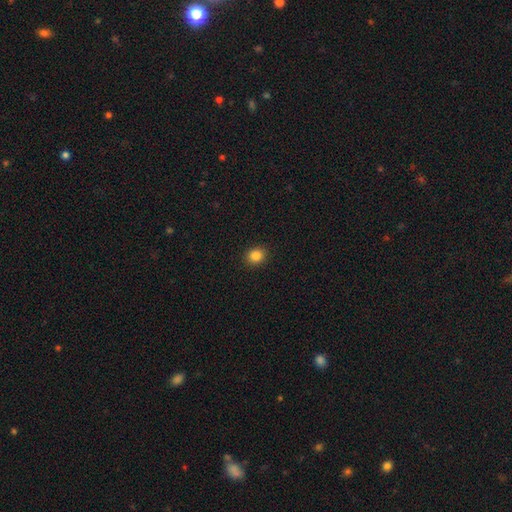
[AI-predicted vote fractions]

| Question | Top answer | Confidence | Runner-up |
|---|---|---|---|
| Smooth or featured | smooth | 85% | star or artifact (11%) |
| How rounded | round | 70% | in between (29%) |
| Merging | none | 91% | minor disturbance (6%) |